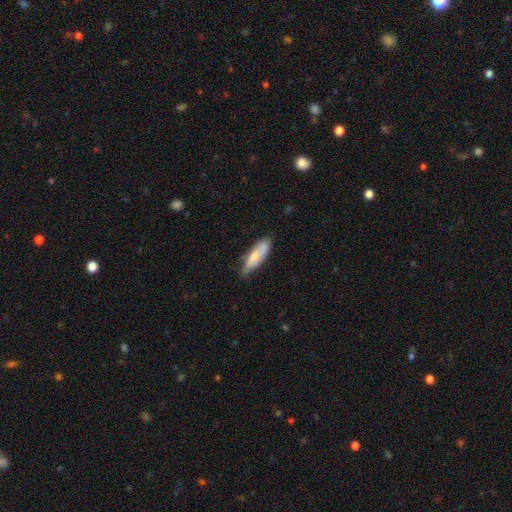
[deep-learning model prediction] The model was most divided on "how rounded": in between: 52%, cigar-shaped: 46%, round: 2%. More confident: smooth or featured — smooth (71%); merging — none (69%).